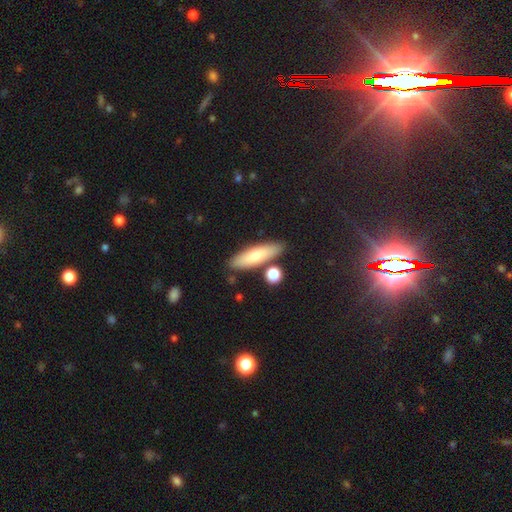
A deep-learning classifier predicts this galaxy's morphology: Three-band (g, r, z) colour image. It shows a smooth galaxy with no disk features (71%) that is cigar-shaped (57%). Merging: none (81%).